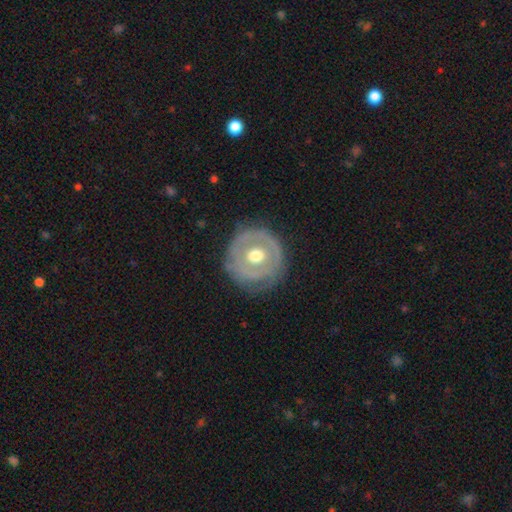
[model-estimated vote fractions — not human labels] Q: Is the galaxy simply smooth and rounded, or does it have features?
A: featured or disk — 64%.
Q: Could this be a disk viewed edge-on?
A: no — 95%.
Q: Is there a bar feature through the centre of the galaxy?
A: no — 79%.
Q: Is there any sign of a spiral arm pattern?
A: no — 61%.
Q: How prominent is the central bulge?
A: moderate — 76%.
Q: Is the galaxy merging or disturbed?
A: none — 70%.